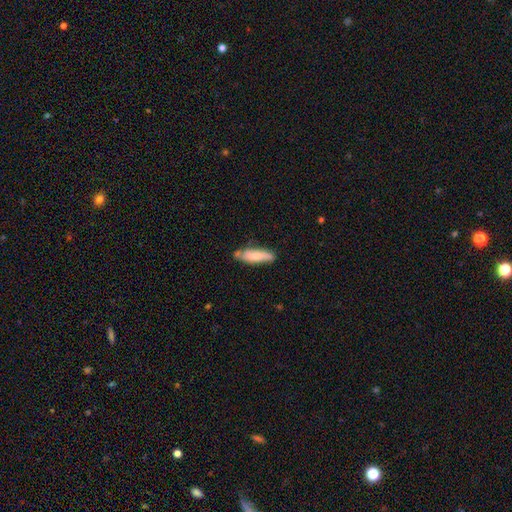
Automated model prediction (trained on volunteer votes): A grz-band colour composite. It shows a smooth galaxy with no disk features (68%) that is cigar-shaped (56%). Merging: none (65%).